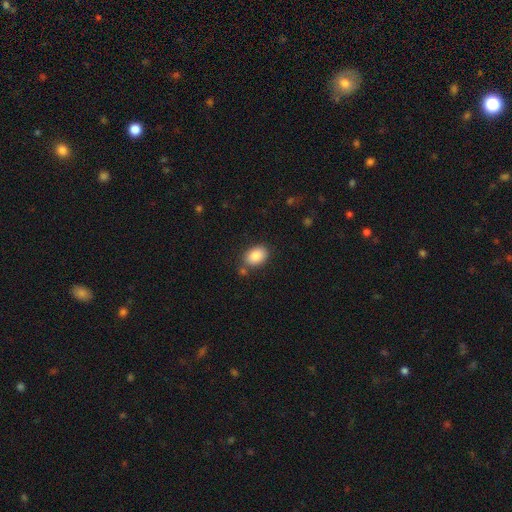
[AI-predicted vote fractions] smooth_or_featured: smooth (p=0.86) [alt: star or artifact p=0.07]
how_rounded: in between (p=0.82) [alt: round p=0.17]
merging: none (p=0.77) [alt: minor disturbance p=0.13]